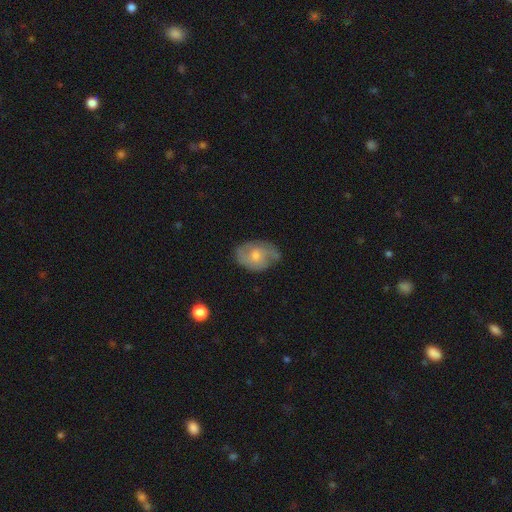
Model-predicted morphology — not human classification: smooth-or-featured: featured or disk: 56% | smooth: 36% | star or artifact: 8%
  disk-edge-on: no: 95% | yes: 5%
    bar: no: 75% | weak: 22% | strong: 3%
    has-spiral-arms: yes: 76% | no: 24%
    bulge-size: moderate: 54% | small: 40% | large: 3% | none: 2% | dominant: 1%
  merging: none: 64% | minor disturbance: 27% | major disturbance: 7% | merger: 2%